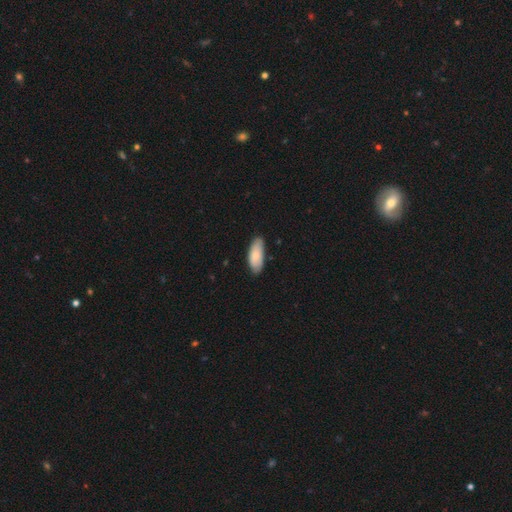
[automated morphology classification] smooth_or_featured: smooth (p=0.79) [alt: featured or disk p=0.16]
how_rounded: in between (p=0.83) [alt: cigar-shaped p=0.15]
merging: none (p=0.74) [alt: minor disturbance p=0.22]